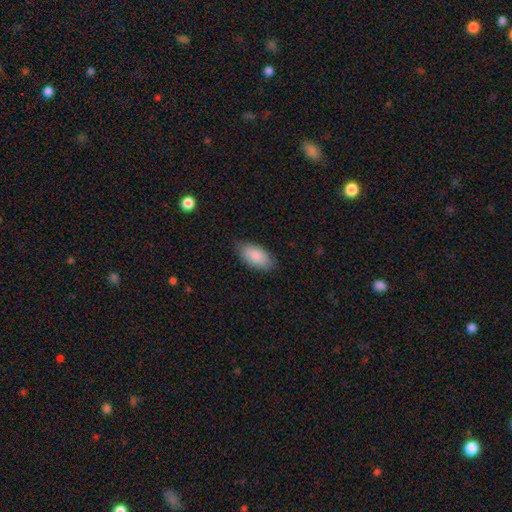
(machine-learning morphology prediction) type=smooth (87%); roundness=in between (94%); merging=none (82%).